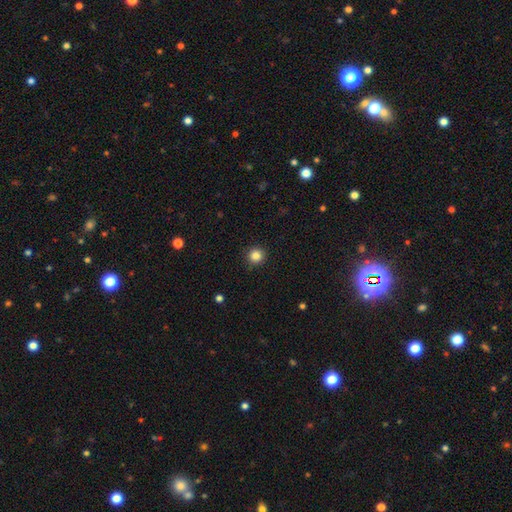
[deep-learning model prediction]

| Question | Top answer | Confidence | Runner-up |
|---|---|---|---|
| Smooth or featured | smooth | 85% | star or artifact (11%) |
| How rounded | round | 95% | in between (4%) |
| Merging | none | 91% | minor disturbance (6%) |